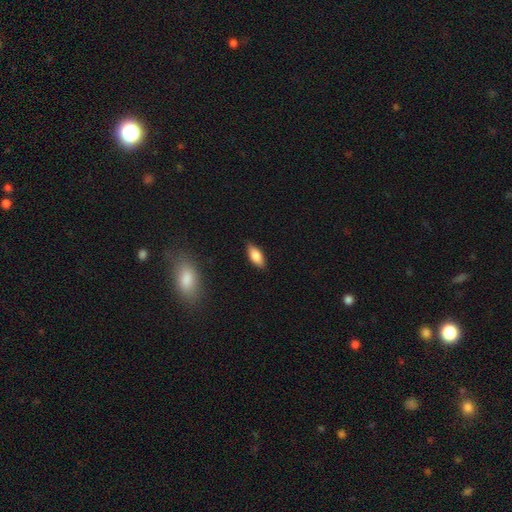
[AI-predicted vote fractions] smooth-or-featured: smooth: 80% | featured or disk: 13% | star or artifact: 7%
  how-rounded: in between: 82% | cigar-shaped: 16% | round: 2%
  merging: none: 85% | minor disturbance: 12% | major disturbance: 2% | merger: 1%